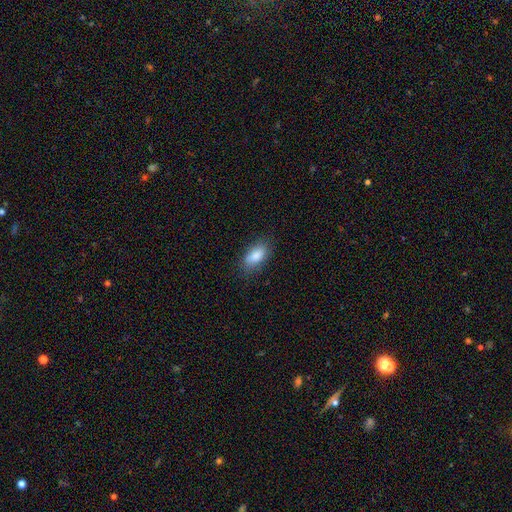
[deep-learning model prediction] A smooth galaxy with no disk features (84%) that is in between round and cigar-shaped (89%). Merging: none (79%).